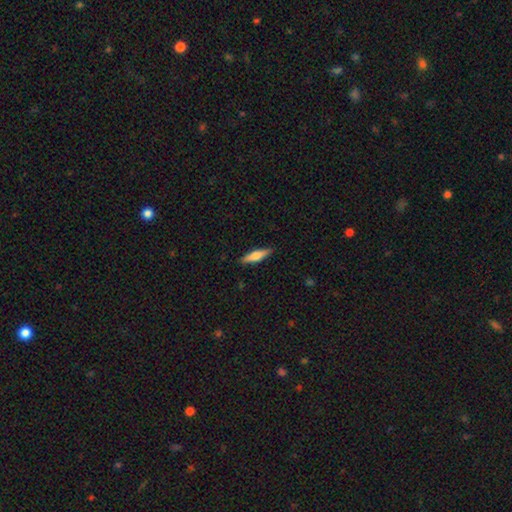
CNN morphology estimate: smooth-or-featured: smooth: 55% | featured or disk: 40% | star or artifact: 6%
  how-rounded: cigar-shaped: 72% | in between: 26% | round: 2%
  merging: none: 89% | minor disturbance: 8% | major disturbance: 2% | merger: 1%